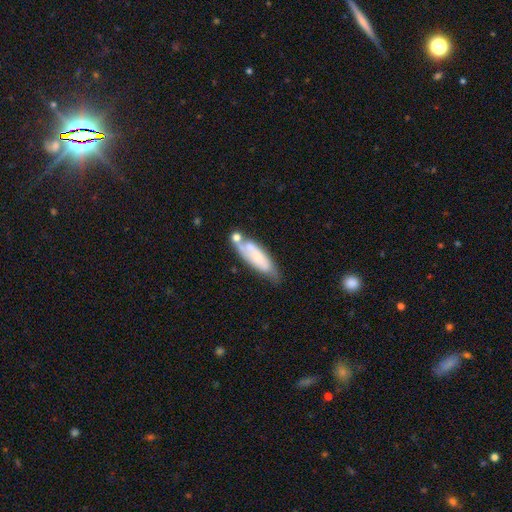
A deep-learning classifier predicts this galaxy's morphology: Smooth or featured?
  - smooth: 54% *
  - featured or disk: 39%
  - star or artifact: 7%
How rounded?
  - cigar-shaped: 50% *
  - in between: 49%
  - round: 2%
Merging?
  - none: 41% *
  - minor disturbance: 26%
  - merger: 23%
  - major disturbance: 10%